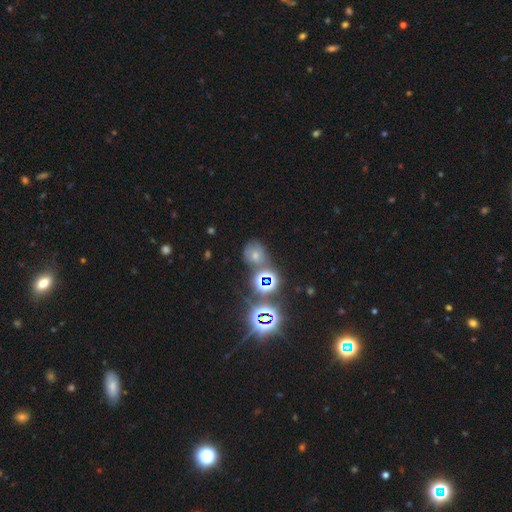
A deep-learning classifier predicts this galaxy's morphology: Q: Smooth or featured?
A: smooth (49%); runner-up: star or artifact (35%)
Q: Merging?
A: none (57%); runner-up: minor disturbance (17%)